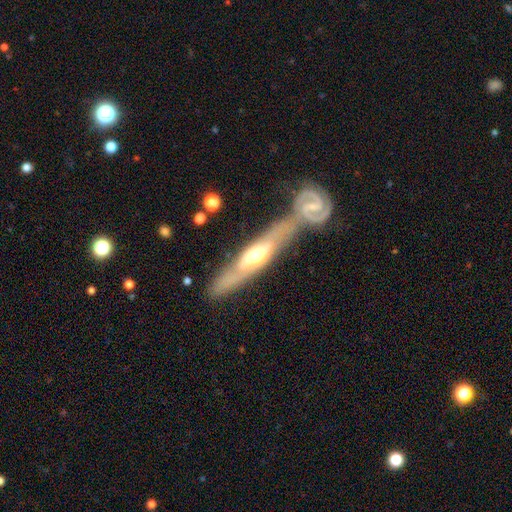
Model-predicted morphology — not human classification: A featured or disk galaxy (71%) viewed edge-on (61%).

Vote fractions:
- Smooth or featured? featured or disk: 71% / smooth: 25% / star or artifact: 5%
- Edge-on disk? yes: 61% / no: 39%
- Merging? none: 51% / merger: 33% / minor disturbance: 12% / major disturbance: 4%